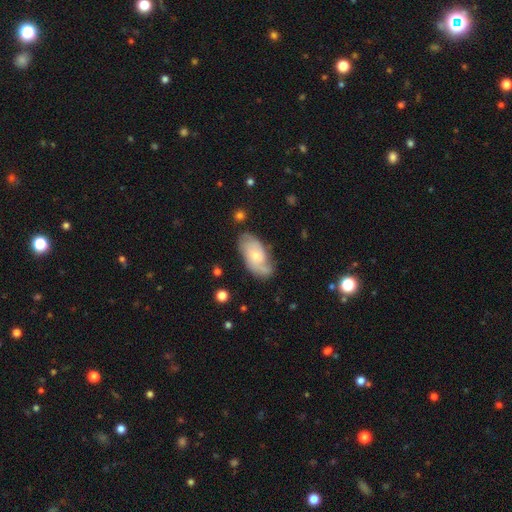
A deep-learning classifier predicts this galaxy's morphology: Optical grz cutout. It shows a featured or disk galaxy (66%) with no bar (69%), 2 (54%) medium (41%) spiral arms (89%) and a small central bulge (60%). Merging: none (68%).